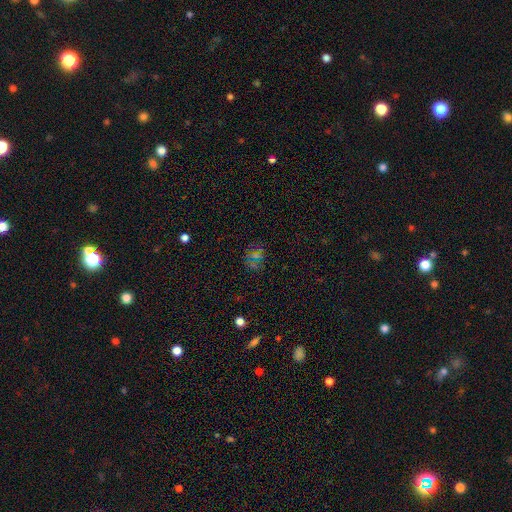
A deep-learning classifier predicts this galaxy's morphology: Smooth or featured? Predicted: star or artifact (p=0.42).